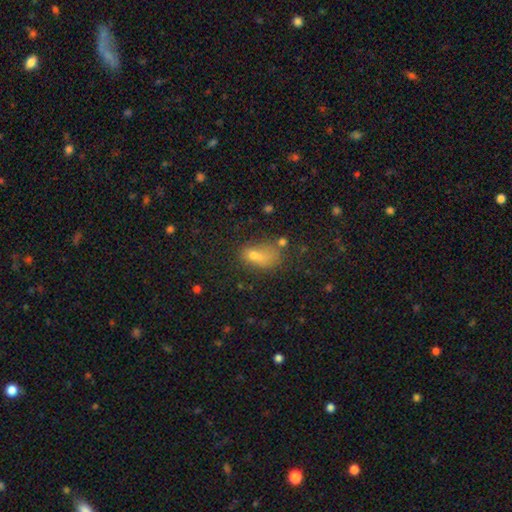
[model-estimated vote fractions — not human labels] Smooth or featured?
  - smooth: 64% *
  - star or artifact: 20%
  - featured or disk: 16%
How rounded?
  - in between: 78% *
  - round: 17%
  - cigar-shaped: 5%
Merging?
  - none: 36% *
  - merger: 23%
  - minor disturbance: 21%
  - major disturbance: 20%